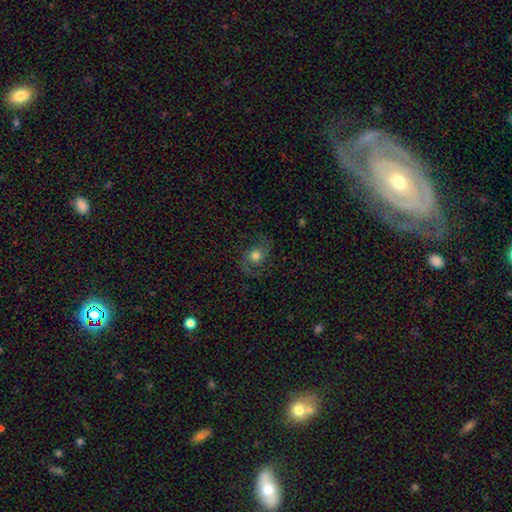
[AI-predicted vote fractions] Smooth or featured?
  - featured or disk: 60% *
  - smooth: 28%
  - star or artifact: 11%
Edge-on disk?
  - no: 96% *
  - yes: 4%
Bar?
  - no: 76% *
  - weak: 20%
  - strong: 4%
Spiral arms?
  - yes: 89% *
  - no: 11%
Spiral winding?
  - loose: 46% *
  - medium: 44%
  - tight: 10%
Spiral arm count?
  - 2: 91% *
  - 1: 3%
  - can't tell: 3%
  - 3: 1%
  - 4: 1%
  - more than 4: 1%
Bulge size?
  - moderate: 58% *
  - large: 27%
  - small: 9%
  - dominant: 4%
  - none: 2%
Merging?
  - none: 74% *
  - minor disturbance: 15%
  - major disturbance: 10%
  - merger: 1%